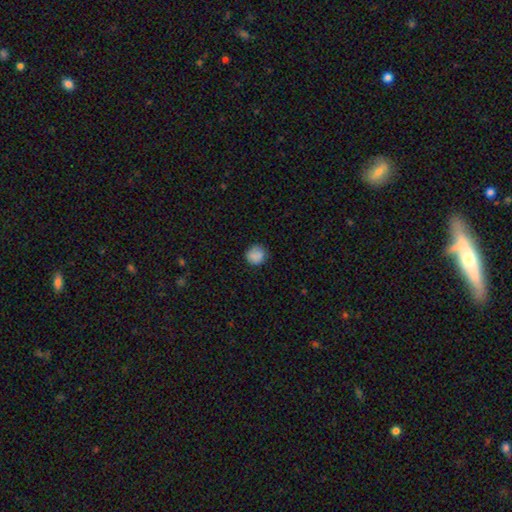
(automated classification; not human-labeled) smooth_or_featured: smooth (p=0.87) [alt: star or artifact p=0.08]
how_rounded: round (p=0.90) [alt: in between p=0.09]
merging: none (p=0.83) [alt: minor disturbance p=0.13]